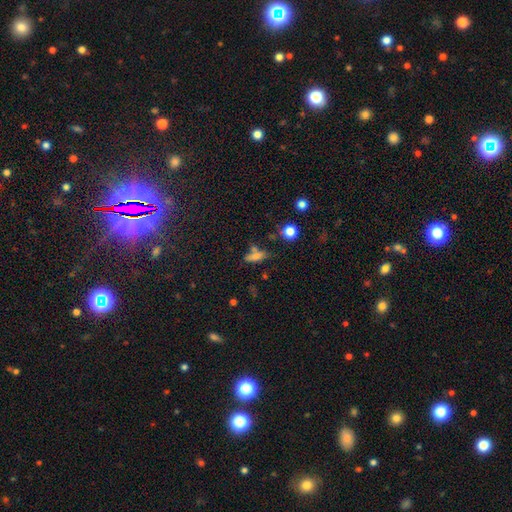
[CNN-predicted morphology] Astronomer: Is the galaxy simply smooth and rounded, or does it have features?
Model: smooth — 67%.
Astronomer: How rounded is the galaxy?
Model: in between — 59%.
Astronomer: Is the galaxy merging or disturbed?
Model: none — 55%.